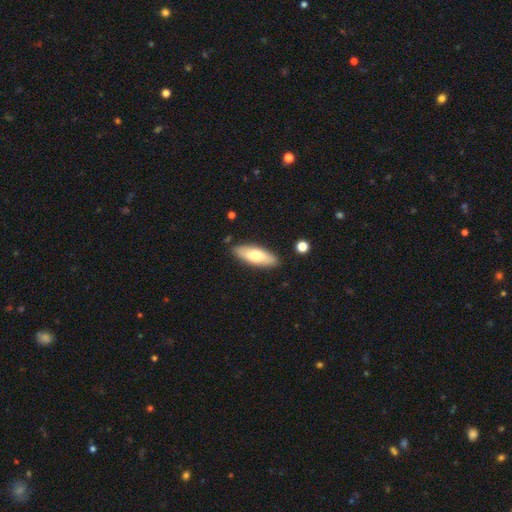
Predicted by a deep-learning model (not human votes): This appears to be a smooth galaxy with no disk features (67%) that is in between round and cigar-shaped (66%). Merging: none (86%).